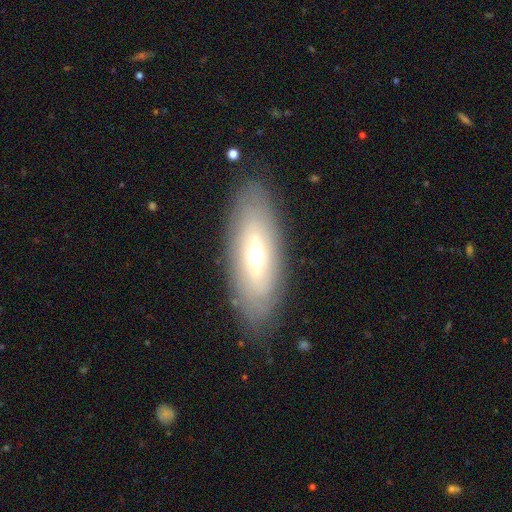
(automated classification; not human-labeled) featured or disk 52%, smooth 40%, star or artifact 8%. Down the decision tree: edge-on disk — no (73%); merging — none (83%).